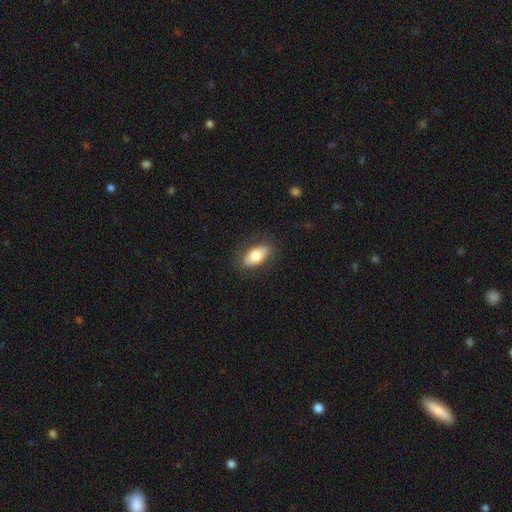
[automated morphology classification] smooth-or-featured: smooth: 74% | featured or disk: 20% | star or artifact: 7%
  how-rounded: in between: 90% | round: 5% | cigar-shaped: 5%
  merging: none: 83% | minor disturbance: 12% | major disturbance: 4% | merger: 1%